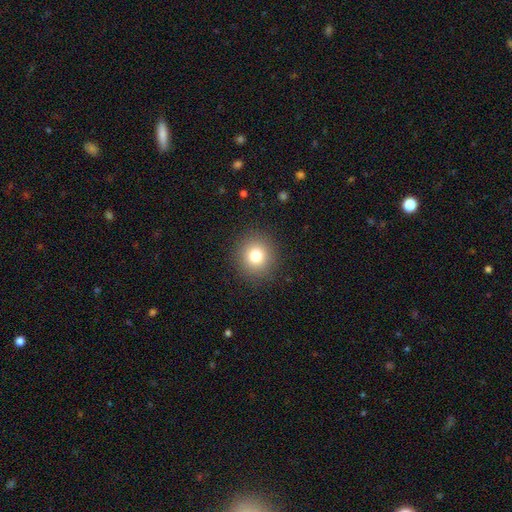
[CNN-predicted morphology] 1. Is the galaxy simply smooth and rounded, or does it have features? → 79% smooth, 12% star or artifact, 9% featured or disk.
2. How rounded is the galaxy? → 91% round, 8% in between, 1% cigar-shaped.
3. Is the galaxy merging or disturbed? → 90% none, 6% minor disturbance, 3% major disturbance, 1% merger.